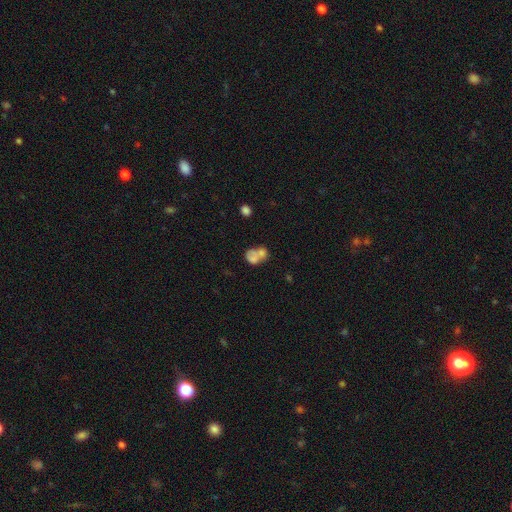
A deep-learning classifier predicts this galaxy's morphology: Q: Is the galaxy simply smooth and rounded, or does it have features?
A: smooth — 58%.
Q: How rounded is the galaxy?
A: in between — 59%.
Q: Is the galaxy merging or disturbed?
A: merger — 60%.